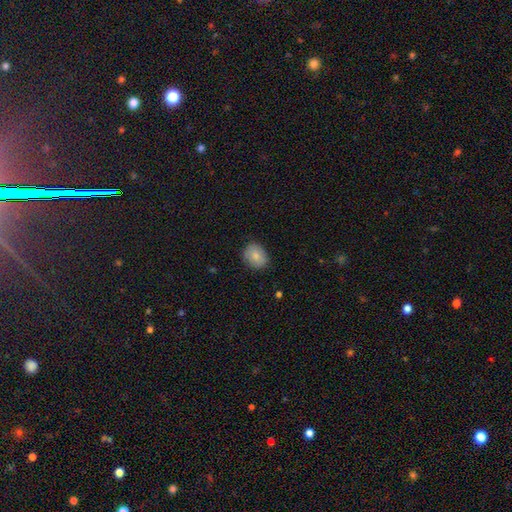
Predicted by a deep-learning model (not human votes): A smooth galaxy with no disk features (81%) that is round (50%). Merging: none (80%).